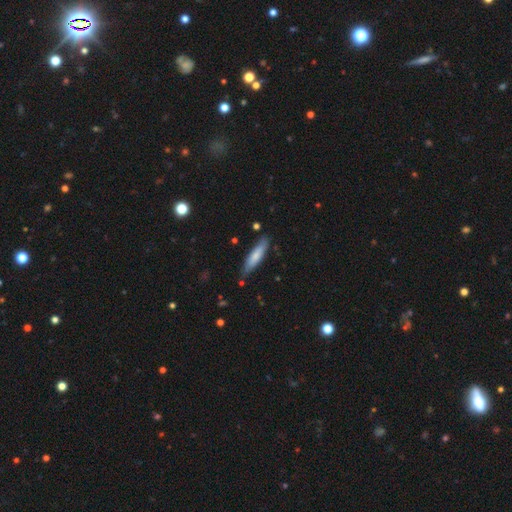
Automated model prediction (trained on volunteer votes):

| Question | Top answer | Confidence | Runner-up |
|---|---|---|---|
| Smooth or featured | smooth | 74% | featured or disk (20%) |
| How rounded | cigar-shaped | 76% | in between (23%) |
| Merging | none | 81% | minor disturbance (14%) |